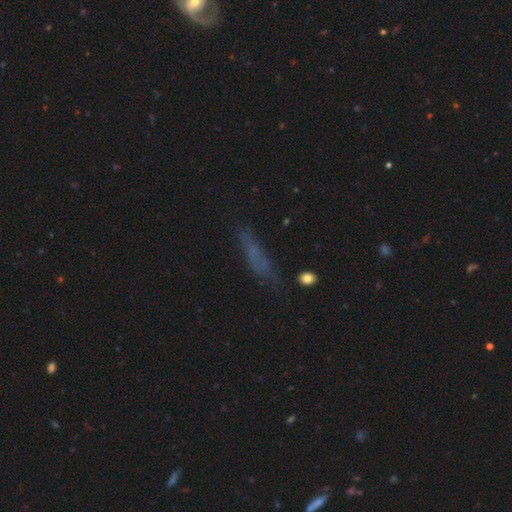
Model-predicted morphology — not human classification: Overall: smooth (57%; featured or disk 24%). How rounded: cigar-shaped (76%). Merging: none (68%).